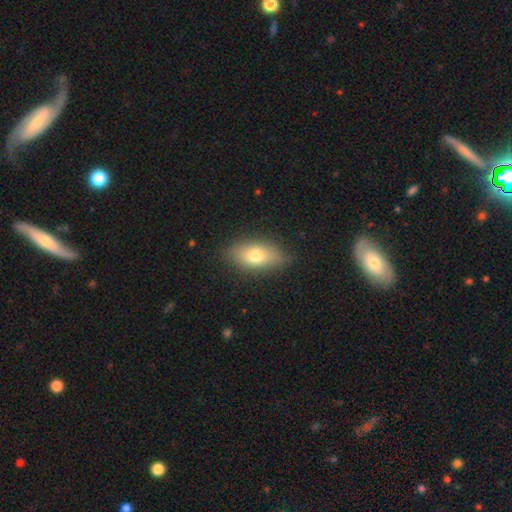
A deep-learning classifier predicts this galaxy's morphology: This appears to be a smooth galaxy with no disk features (73%) that is in between round and cigar-shaped (84%). Merging: none (81%).